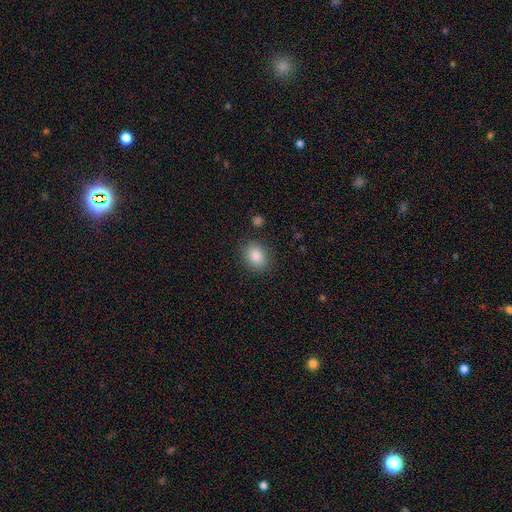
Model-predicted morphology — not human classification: The model was most divided on "how rounded": in between: 57%, round: 42%, cigar-shaped: 1%. More confident: smooth or featured — smooth (87%); merging — none (85%).